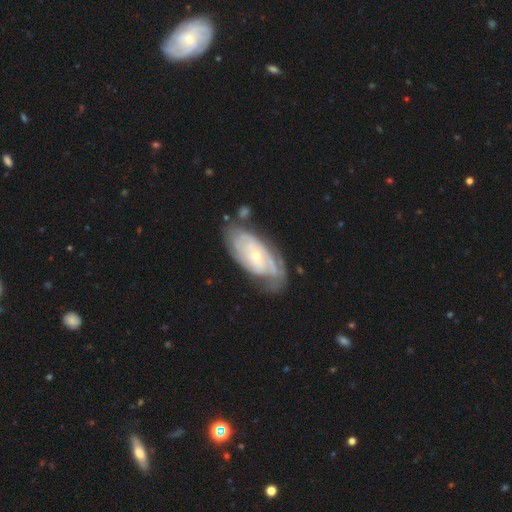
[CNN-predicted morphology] A featured or disk galaxy (81%) with no bar (72%), tight (72%) spiral arms (90%) and a small central bulge (71%). Merging: none (64%).